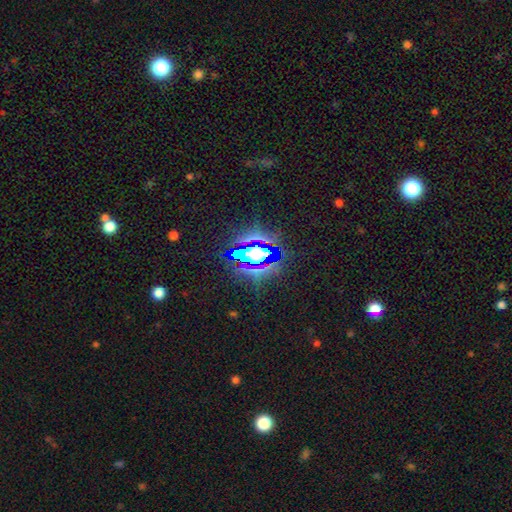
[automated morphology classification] smooth_or_featured: star or artifact (p=0.65) [alt: smooth p=0.21]